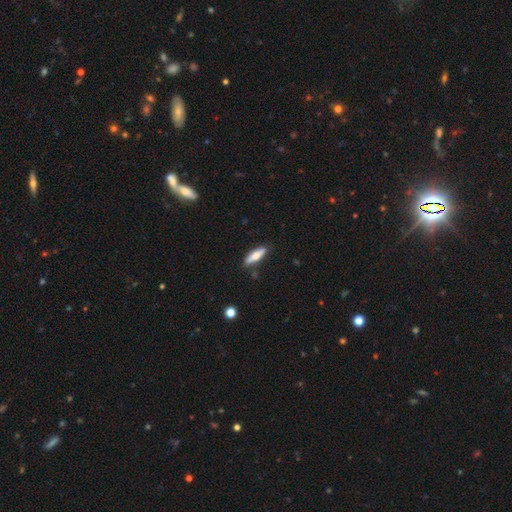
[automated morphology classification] smooth-or-featured: smooth: 67% | featured or disk: 27% | star or artifact: 6%
  how-rounded: cigar-shaped: 59% | in between: 39% | round: 2%
  merging: none: 83% | minor disturbance: 12% | merger: 3% | major disturbance: 2%